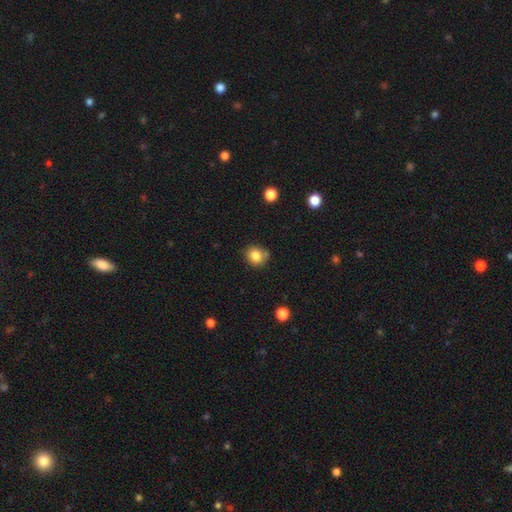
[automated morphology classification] Smooth or featured: smooth — 81% (star or artifact — 11%)
How rounded: round — 74% (in between — 25%)
Merging: none — 70% (minor disturbance — 19%)